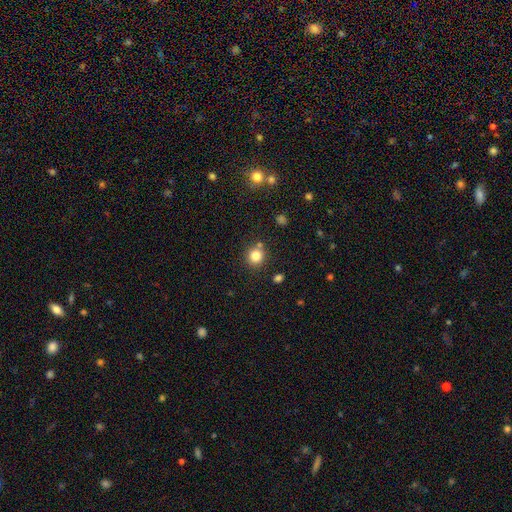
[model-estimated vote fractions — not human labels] Overall: smooth (82%). How rounded: round (89%). Merging: none (79%).